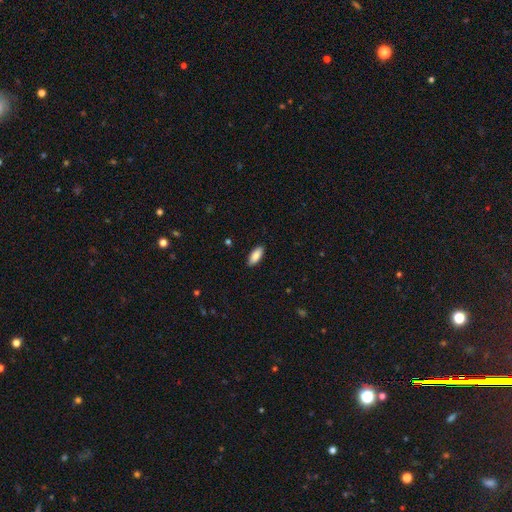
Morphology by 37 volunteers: Smooth or featured?
  - smooth: 92% *
  - featured or disk: 8%
  - star or artifact: 0%
How rounded?
  - in between: 91% *
  - cigar-shaped: 9%
  - round: 0%
Merging?
  - none: 92% *
  - minor disturbance: 8%
  - major disturbance: 0%
  - merger: 0%